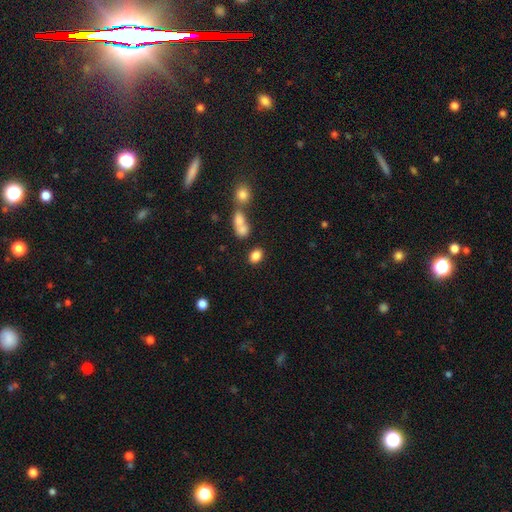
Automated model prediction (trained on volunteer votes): Smooth or featured? smooth (84%)
How rounded? in between (70%)
Merging? none (69%)